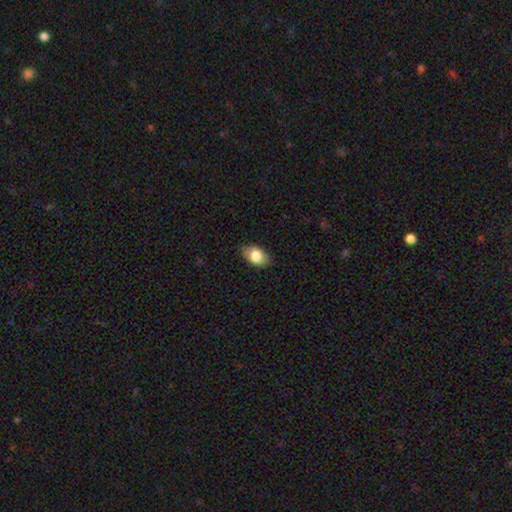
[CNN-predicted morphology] Q: Smooth or featured?
A: smooth (82%); runner-up: featured or disk (11%)
Q: How rounded?
A: in between (87%); runner-up: round (12%)
Q: Merging?
A: none (84%); runner-up: minor disturbance (13%)